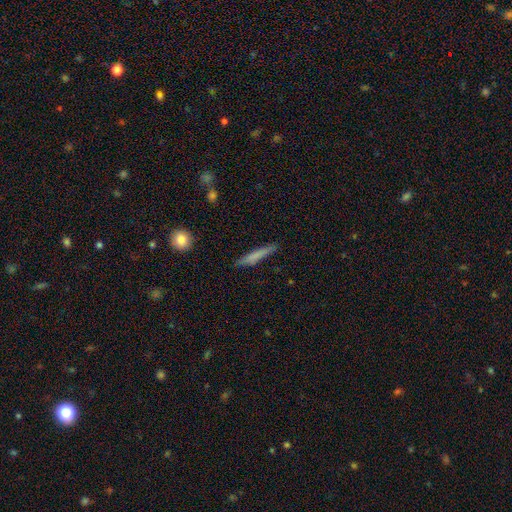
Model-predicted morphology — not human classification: A smooth galaxy with no disk features (71%) that is cigar-shaped (94%).

Vote fractions:
- Smooth or featured? smooth: 71% / featured or disk: 23% / star or artifact: 6%
- How rounded? cigar-shaped: 94% / in between: 5% / round: 2%
- Merging? none: 85% / minor disturbance: 11% / major disturbance: 2% / merger: 2%